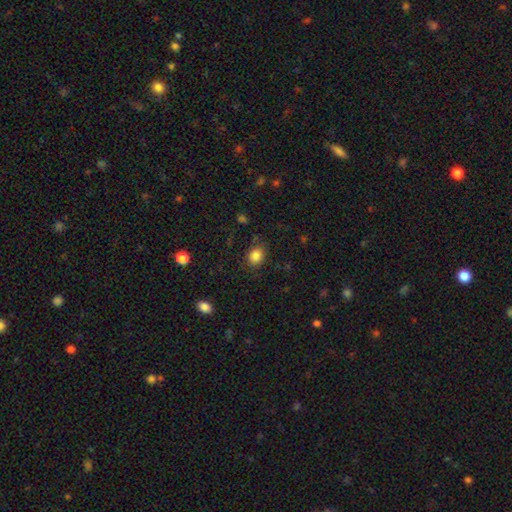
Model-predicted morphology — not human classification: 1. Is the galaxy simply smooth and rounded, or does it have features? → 84% smooth, 10% star or artifact, 6% featured or disk.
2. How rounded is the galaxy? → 50% in between, 49% round, 1% cigar-shaped.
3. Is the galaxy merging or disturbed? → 81% none, 13% minor disturbance, 4% major disturbance, 2% merger.